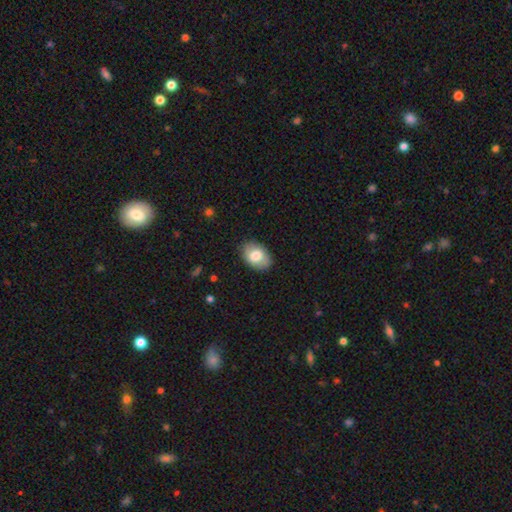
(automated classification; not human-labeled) Smooth or featured? Predicted: smooth (p=0.77). How rounded? Predicted: in between (p=0.84). Merging? Predicted: none (p=0.83).